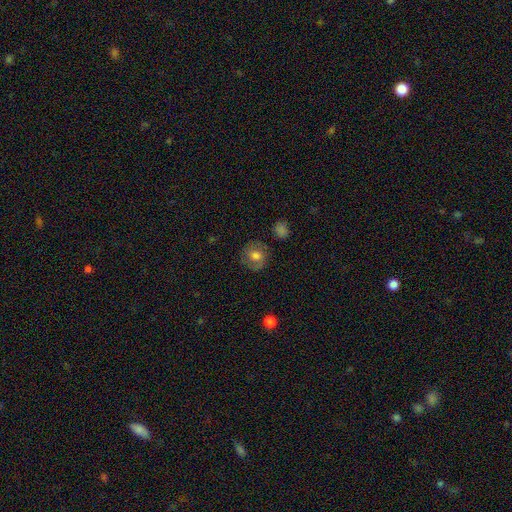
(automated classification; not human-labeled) smooth-or-featured: smooth: 60% | featured or disk: 30% | star or artifact: 9%
  how-rounded: round: 84% | in between: 15% | cigar-shaped: 1%
  merging: none: 79% | minor disturbance: 14% | major disturbance: 5% | merger: 2%